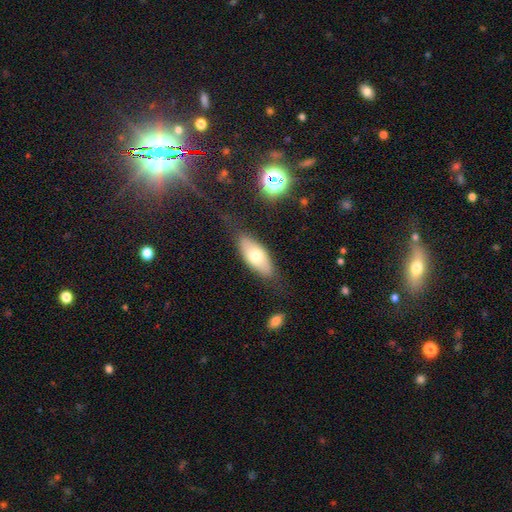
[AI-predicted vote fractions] smooth 67%, featured or disk 26%, star or artifact 7%. Down the decision tree: how rounded — in between (80%); merging — none (76%).